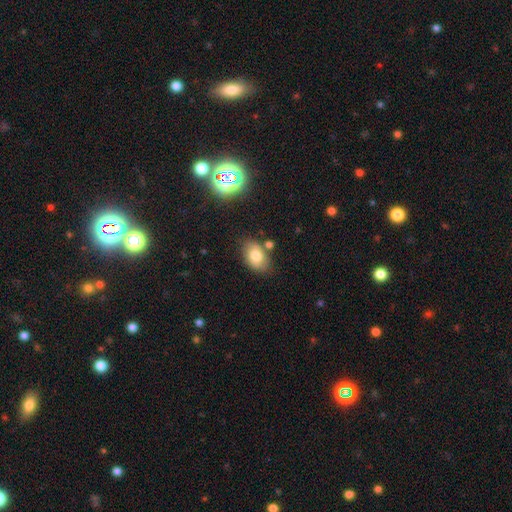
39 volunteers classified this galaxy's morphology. smooth_or_featured: smooth (p=0.79) [alt: featured or disk p=0.13]
how_rounded: in between (p=0.84) [alt: round p=0.16]
merging: none (p=0.56) [alt: minor disturbance p=0.25]